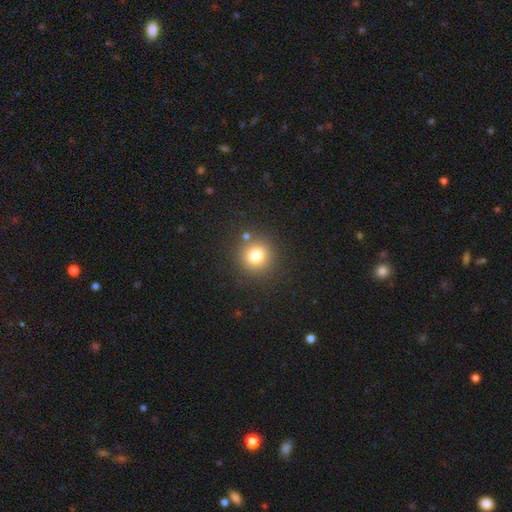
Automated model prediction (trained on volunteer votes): Smooth or featured? smooth (78%)
How rounded? round (92%)
Merging? none (85%)